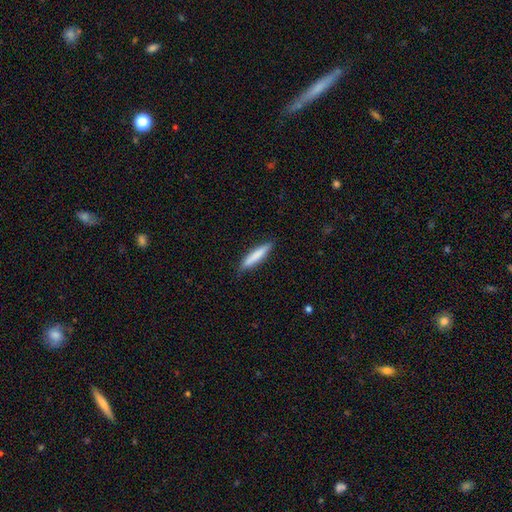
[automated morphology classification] smooth-or-featured: smooth: 80% | featured or disk: 15% | star or artifact: 6%
  how-rounded: cigar-shaped: 88% | in between: 11% | round: 1%
  merging: none: 87% | minor disturbance: 10% | major disturbance: 2% | merger: 1%